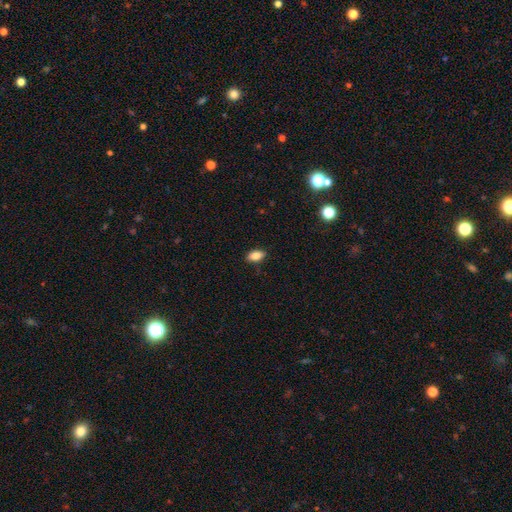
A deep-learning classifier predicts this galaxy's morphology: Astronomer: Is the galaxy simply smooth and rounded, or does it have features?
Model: smooth — 85%.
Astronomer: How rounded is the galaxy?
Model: in between — 90%.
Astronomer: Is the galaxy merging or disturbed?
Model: none — 87%.